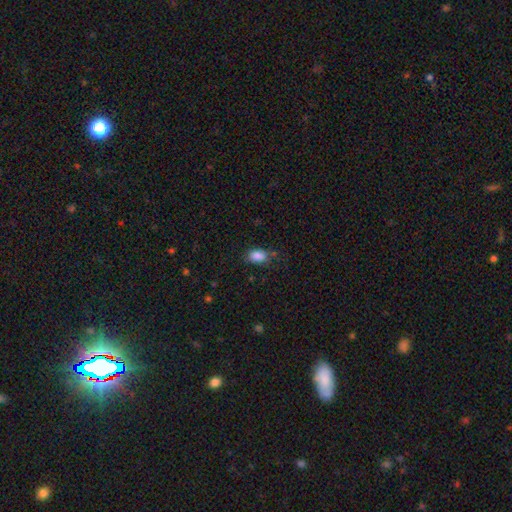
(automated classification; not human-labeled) Morphology: type=smooth (86%); roundness=in between (87%); merging=none (70%).